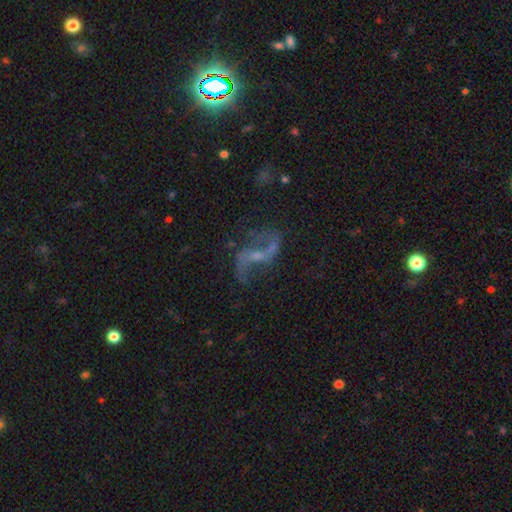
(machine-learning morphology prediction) Smooth or featured: featured or disk — 84% (star or artifact — 9%)
Edge-on disk: no — 96% (yes — 4%)
Bar: weak — 43% (no — 32%)
Spiral arms: yes — 92% (no — 8%)
Spiral winding: loose — 84% (medium — 13%)
Spiral arm count: 2 — 92% (1 — 3%)
Bulge size: small — 56% (moderate — 24%)
Merging: none — 65% (minor disturbance — 16%)